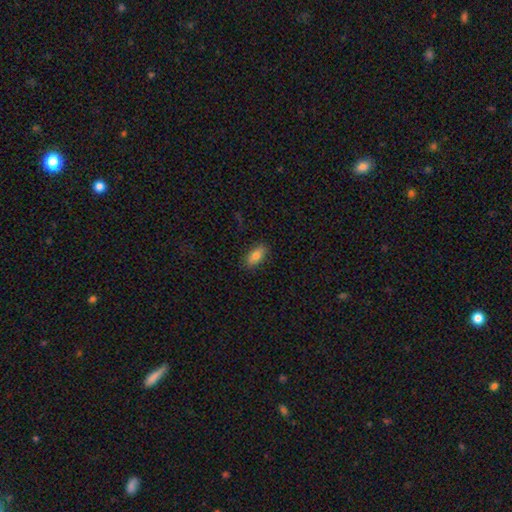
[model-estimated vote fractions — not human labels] A smooth galaxy with no disk features (81%) that is in between round and cigar-shaped (88%).

Vote fractions:
- Smooth or featured? smooth: 81% / featured or disk: 12% / star or artifact: 8%
- How rounded? in between: 88% / cigar-shaped: 9% / round: 3%
- Merging? none: 86% / minor disturbance: 10% / major disturbance: 2% / merger: 1%